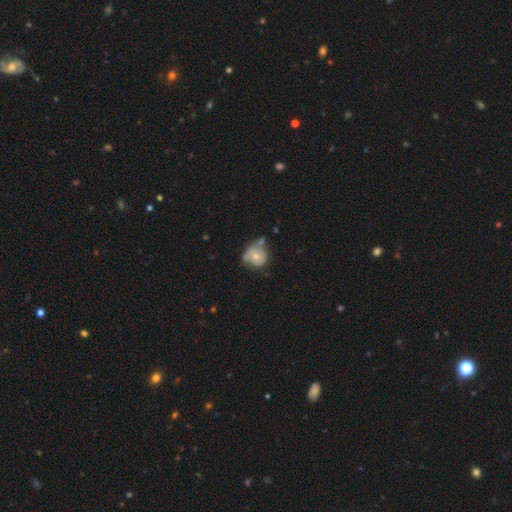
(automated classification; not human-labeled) smooth-or-featured: smooth: 49% | featured or disk: 43% | star or artifact: 8%
  merging: none: 40% | minor disturbance: 32% | merger: 15% | major disturbance: 13%